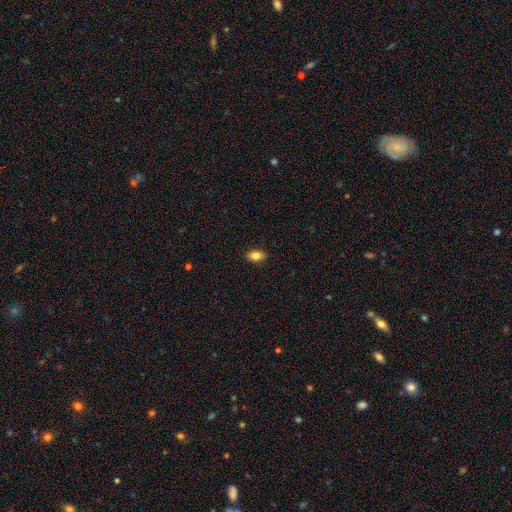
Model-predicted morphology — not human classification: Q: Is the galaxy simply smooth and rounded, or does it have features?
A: smooth — 85%.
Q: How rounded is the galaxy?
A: in between — 90%.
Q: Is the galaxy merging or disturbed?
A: none — 89%.